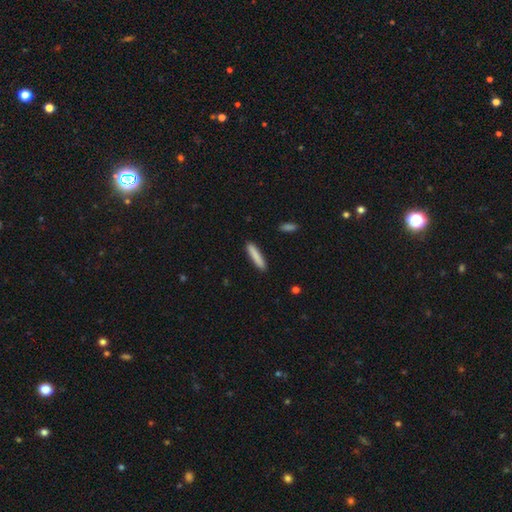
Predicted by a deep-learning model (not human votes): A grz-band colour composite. It shows a smooth galaxy with no disk features (84%) that is cigar-shaped (90%). Merging: none (90%).